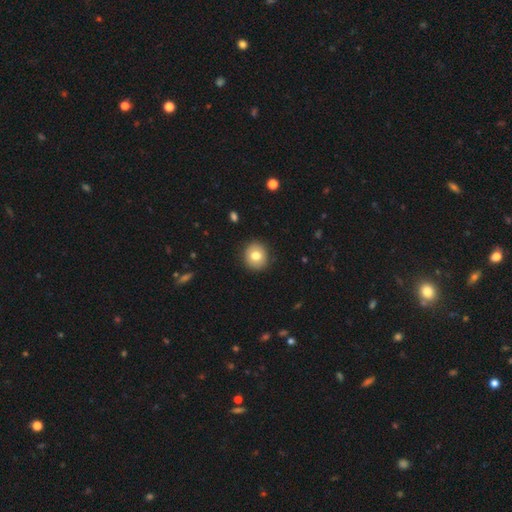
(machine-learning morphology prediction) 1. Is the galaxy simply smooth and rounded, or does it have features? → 77% smooth, 14% featured or disk, 9% star or artifact.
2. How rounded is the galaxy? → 86% round, 13% in between, 1% cigar-shaped.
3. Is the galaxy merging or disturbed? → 89% none, 8% minor disturbance, 2% major disturbance, 1% merger.